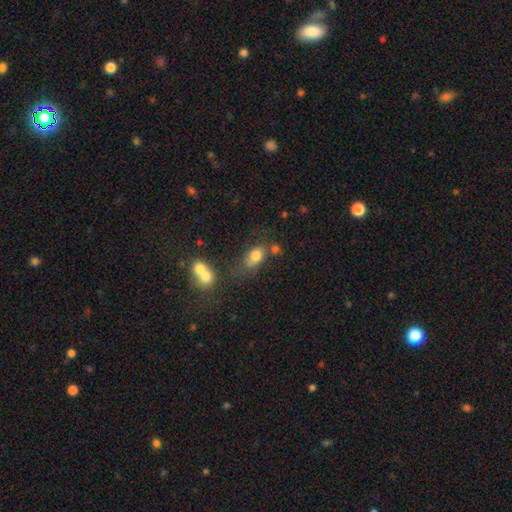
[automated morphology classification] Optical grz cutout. It shows a smooth galaxy with no disk features (77%) that is in between round and cigar-shaped (75%). Merging: none (49%).